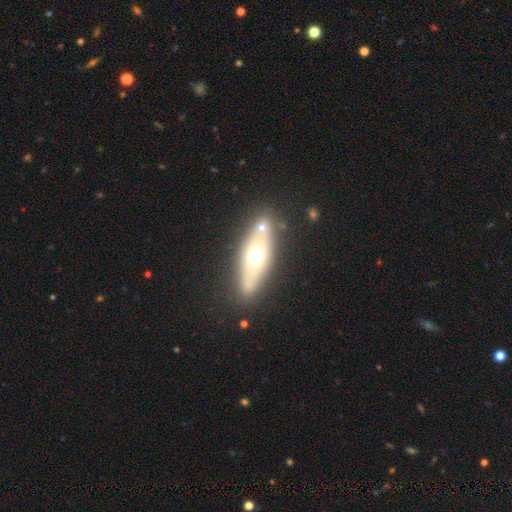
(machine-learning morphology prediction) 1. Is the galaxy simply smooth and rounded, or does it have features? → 52% featured or disk, 41% smooth, 7% star or artifact.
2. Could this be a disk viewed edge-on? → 53% yes, 47% no.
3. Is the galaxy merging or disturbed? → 74% none, 13% minor disturbance, 9% merger, 4% major disturbance.